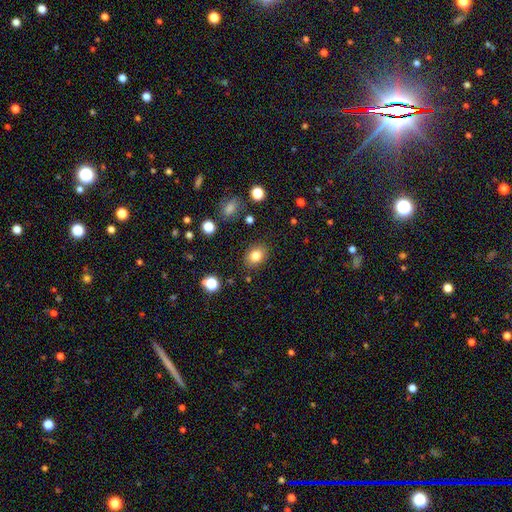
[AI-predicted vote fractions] The model was most divided on "how rounded": in between: 57%, round: 42%, cigar-shaped: 1%. More confident: merging — none (86%); smooth or featured — smooth (81%).